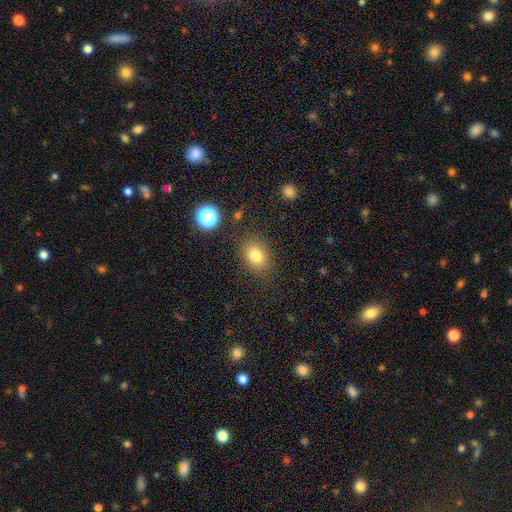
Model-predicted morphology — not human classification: Q: Smooth or featured?
A: smooth (80%); runner-up: star or artifact (12%)
Q: How rounded?
A: in between (51%); runner-up: round (48%)
Q: Merging?
A: none (83%); runner-up: minor disturbance (11%)